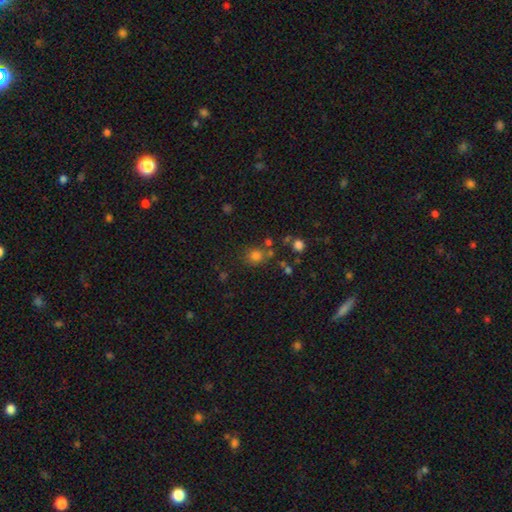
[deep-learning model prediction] A smooth galaxy with no disk features (76%) that is round (81%).

Vote fractions:
- Smooth or featured? smooth: 76% / star or artifact: 17% / featured or disk: 7%
- How rounded? round: 81% / in between: 18% / cigar-shaped: 1%
- Merging? none: 68% / merger: 14% / minor disturbance: 12% / major disturbance: 5%